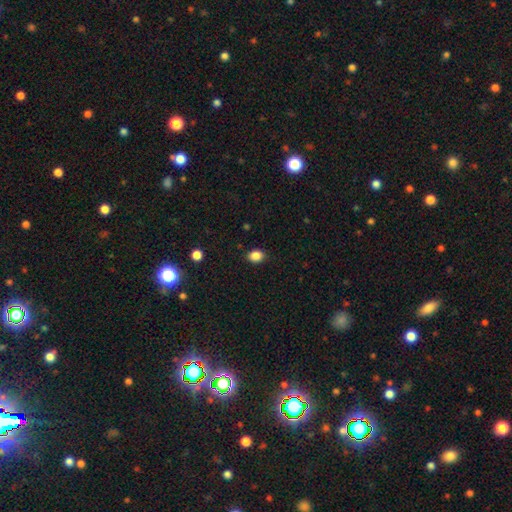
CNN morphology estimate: A smooth galaxy with no disk features (86%) that is in between round and cigar-shaped (53%). Merging: none (88%).